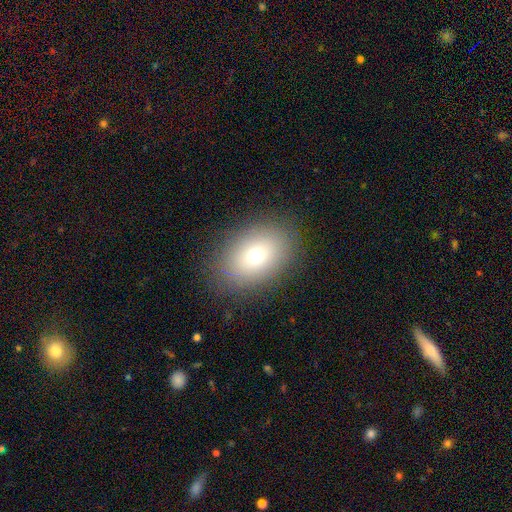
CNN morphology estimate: smooth-or-featured: smooth: 72% | featured or disk: 16% | star or artifact: 12%
  how-rounded: in between: 78% | round: 21% | cigar-shaped: 1%
  merging: none: 86% | minor disturbance: 9% | major disturbance: 4% | merger: 1%